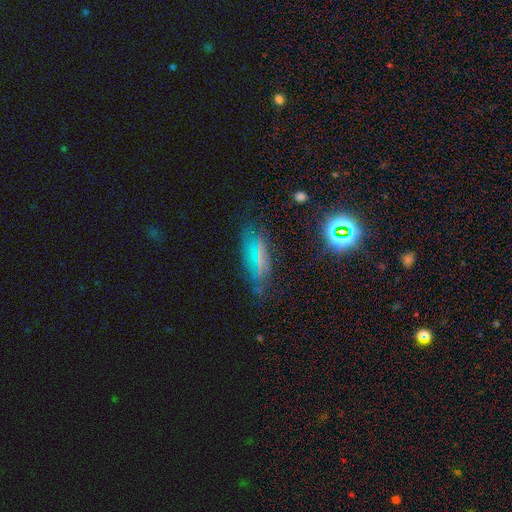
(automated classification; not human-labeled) Morphology: type=smooth (38%); merging=none (67%).